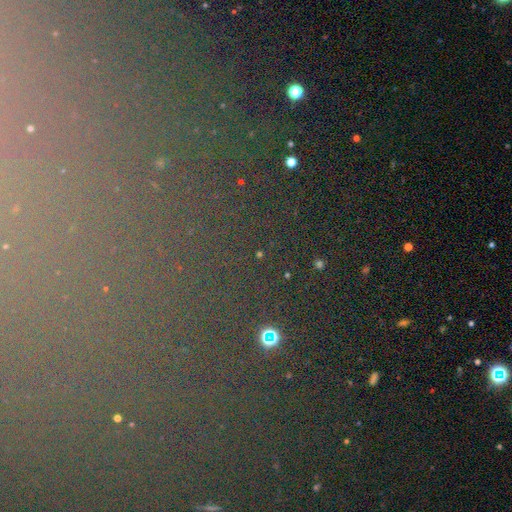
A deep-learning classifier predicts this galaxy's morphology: Smooth or featured? star or artifact (78%)